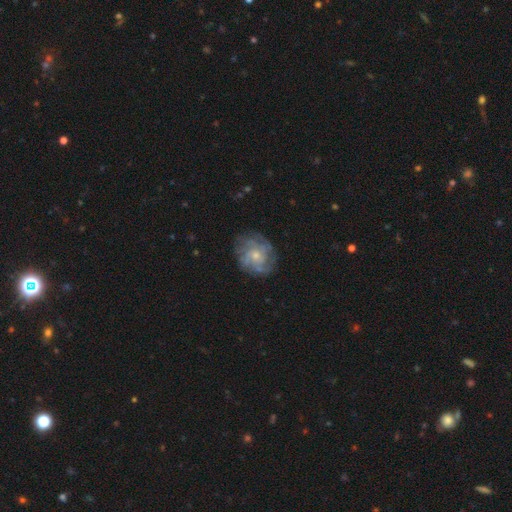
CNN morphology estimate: Smooth or featured: featured or disk — 73% (smooth — 19%)
Edge-on disk: no — 98% (yes — 2%)
Bar: no — 79% (weak — 19%)
Spiral arms: yes — 87% (no — 13%)
Spiral winding: tight — 49% (medium — 36%)
Spiral arm count: can't tell — 40% (4 — 20%)
Bulge size: small — 55% (moderate — 39%)
Merging: none — 74% (minor disturbance — 16%)